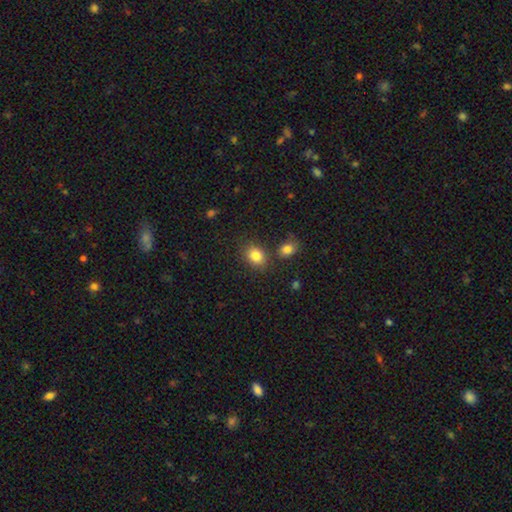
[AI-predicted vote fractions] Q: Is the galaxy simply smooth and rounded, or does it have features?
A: smooth — 83%.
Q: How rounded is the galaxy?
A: in between — 60%.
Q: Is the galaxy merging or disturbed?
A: none — 75%.